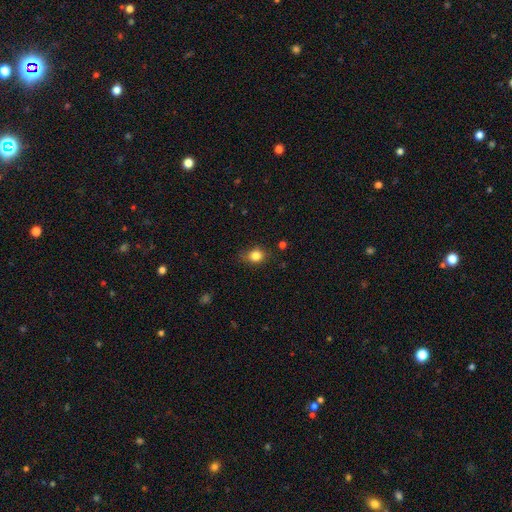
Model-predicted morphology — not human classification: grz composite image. It shows a smooth galaxy with no disk features (83%) that is round (62%). Merging: none (74%).